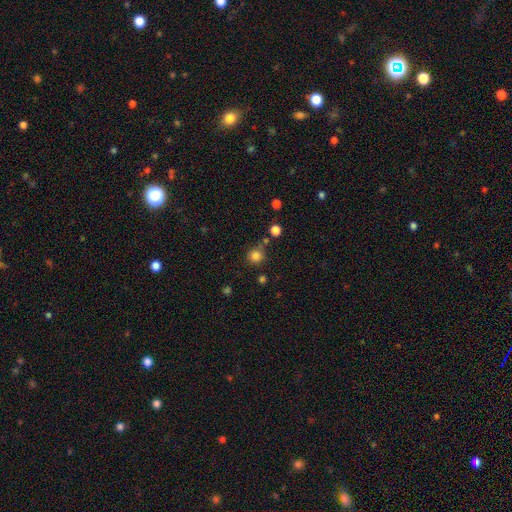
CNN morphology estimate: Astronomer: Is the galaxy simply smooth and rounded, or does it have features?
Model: smooth — 82%.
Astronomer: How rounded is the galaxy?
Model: round — 92%.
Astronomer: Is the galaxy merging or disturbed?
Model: none — 75%.